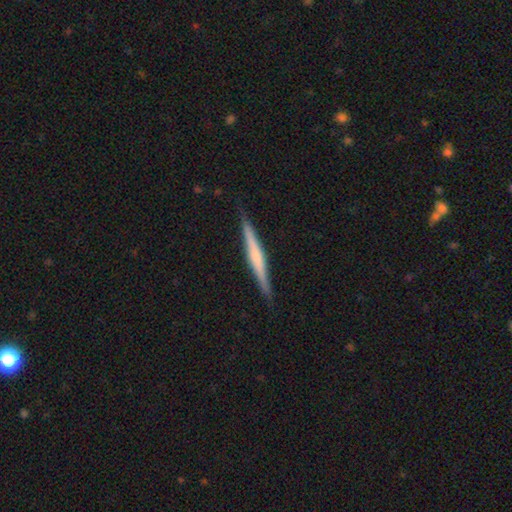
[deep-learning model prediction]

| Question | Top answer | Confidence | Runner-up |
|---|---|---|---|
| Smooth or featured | featured or disk | 62% | smooth (32%) |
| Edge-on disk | yes | 98% | no (2%) |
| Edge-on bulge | rounded | 42% | none (37%) |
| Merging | none | 89% | minor disturbance (8%) |